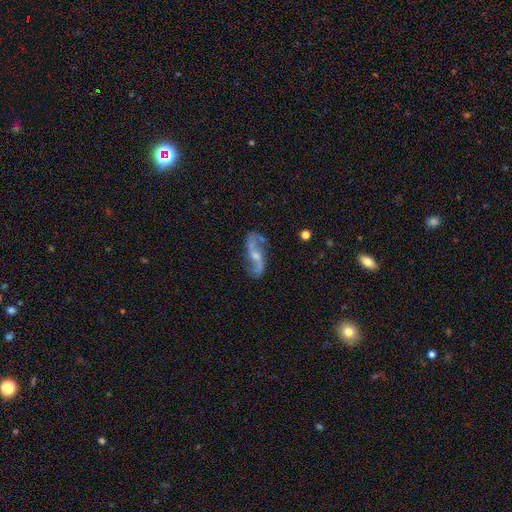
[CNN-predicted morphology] The model was most divided on "bulge size": small: 48%, moderate: 44%, none: 5%, large: 3%, dominant: 1%. Remaining: spiral arms — yes (94%); spiral arm count — 2 (93%); edge-on disk — no (92%); smooth or featured — featured or disk (86%); merging — none (77%); spiral winding — loose (75%); bar — no (44%).